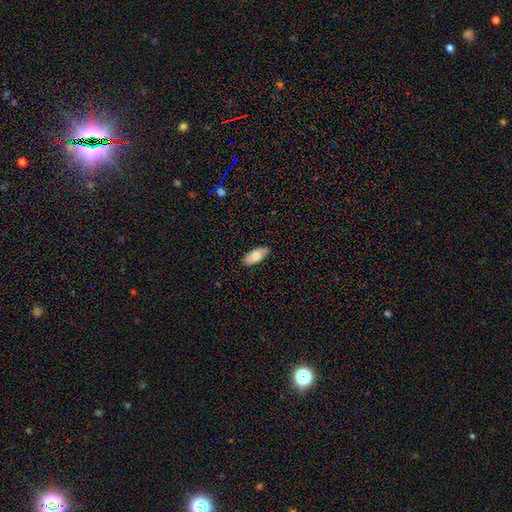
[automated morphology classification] Smooth or featured: smooth — 74% (featured or disk — 20%)
How rounded: in between — 89% (cigar-shaped — 9%)
Merging: none — 86% (minor disturbance — 11%)